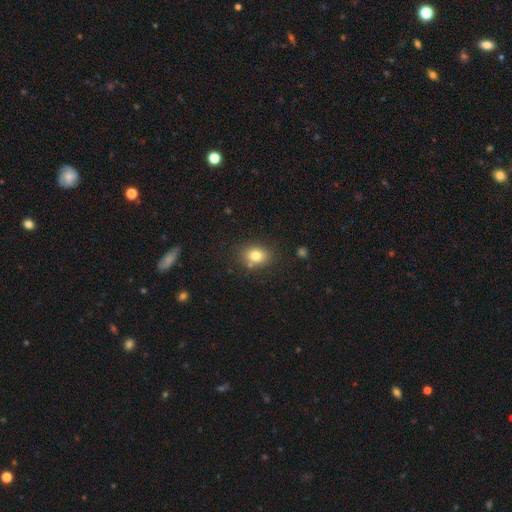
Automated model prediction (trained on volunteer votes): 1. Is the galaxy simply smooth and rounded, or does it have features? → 79% smooth, 11% star or artifact, 9% featured or disk.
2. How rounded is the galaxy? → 54% in between, 45% round, 1% cigar-shaped.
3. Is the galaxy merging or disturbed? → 79% none, 12% minor disturbance, 6% merger, 3% major disturbance.